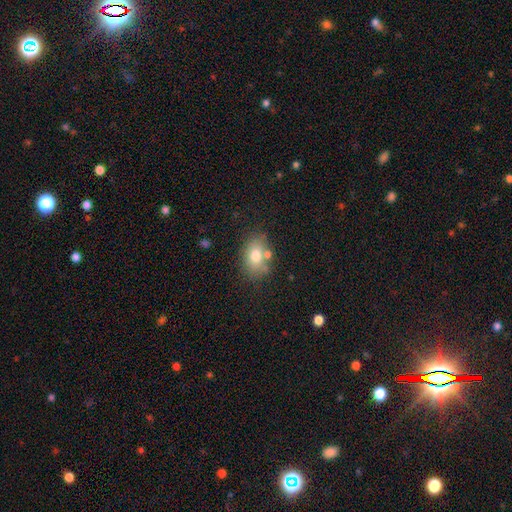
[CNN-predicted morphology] The model was most divided on "merging": none: 65%, minor disturbance: 17%, merger: 14%, major disturbance: 5%. More confident: how rounded — in between (78%); smooth or featured — smooth (74%).